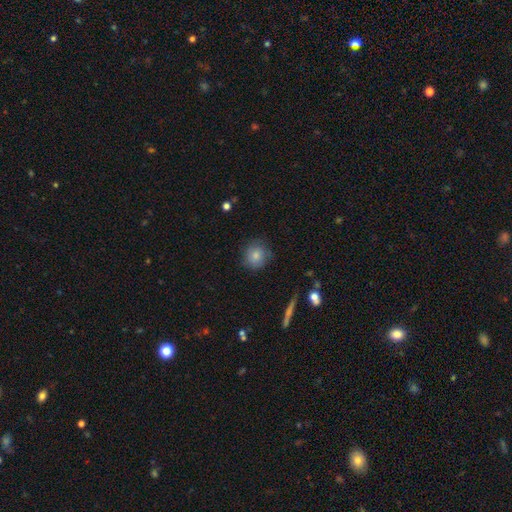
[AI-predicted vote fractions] Smooth or featured: smooth — 80% (featured or disk — 12%)
How rounded: round — 86% (in between — 13%)
Merging: none — 80% (minor disturbance — 14%)